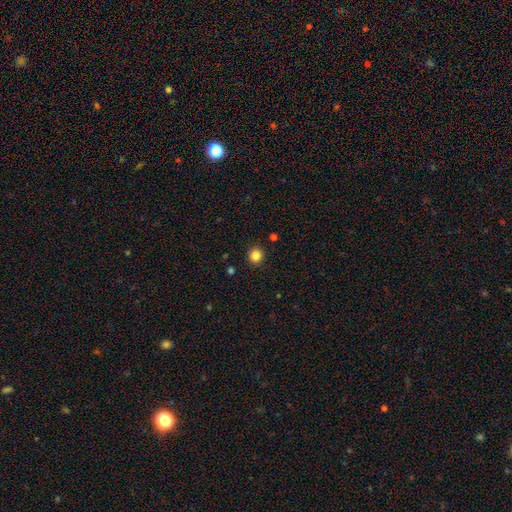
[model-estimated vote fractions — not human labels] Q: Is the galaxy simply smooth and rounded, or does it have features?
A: smooth — 84%.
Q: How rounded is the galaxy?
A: round — 91%.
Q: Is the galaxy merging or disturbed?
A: none — 91%.